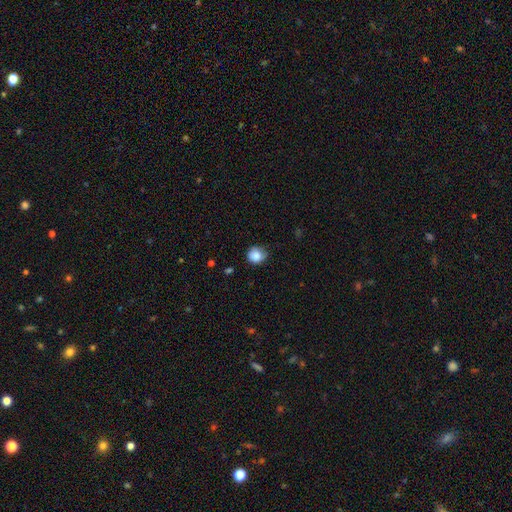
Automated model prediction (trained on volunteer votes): Smooth or featured? smooth (84%)
How rounded? round (86%)
Merging? none (62%)